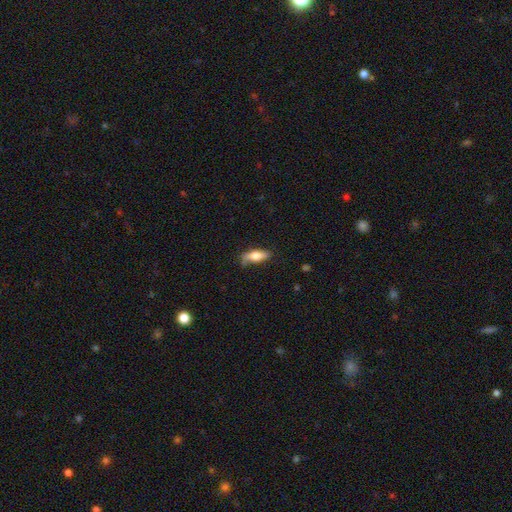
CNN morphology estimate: Smooth or featured: smooth — 69% (featured or disk — 24%)
How rounded: in between — 64% (cigar-shaped — 33%)
Merging: none — 64% (minor disturbance — 27%)